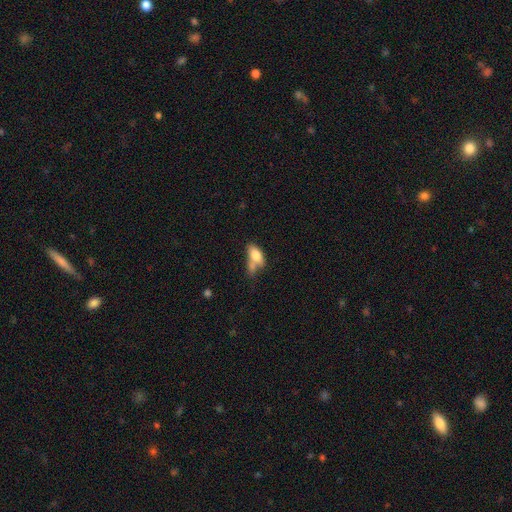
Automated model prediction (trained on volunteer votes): A smooth galaxy with no disk features (74%) that is in between round and cigar-shaped (85%).

Vote fractions:
- Smooth or featured? smooth: 74% / featured or disk: 18% / star or artifact: 8%
- How rounded? in between: 85% / cigar-shaped: 9% / round: 6%
- Merging? merger: 38% / none: 30% / minor disturbance: 19% / major disturbance: 13%